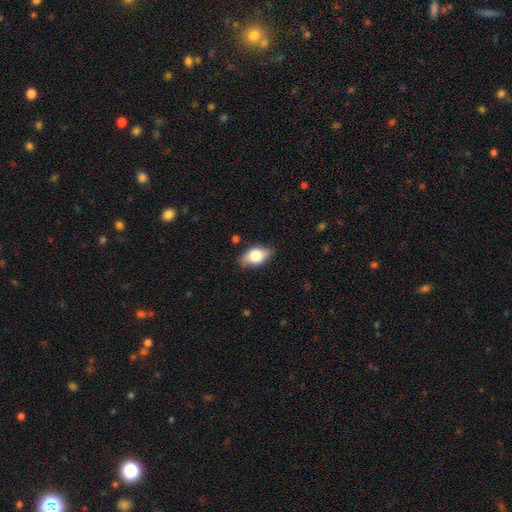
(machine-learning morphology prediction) smooth-or-featured: smooth: 75% | featured or disk: 18% | star or artifact: 7%
  how-rounded: in between: 88% | round: 9% | cigar-shaped: 3%
  merging: none: 78% | minor disturbance: 17% | major disturbance: 3% | merger: 1%